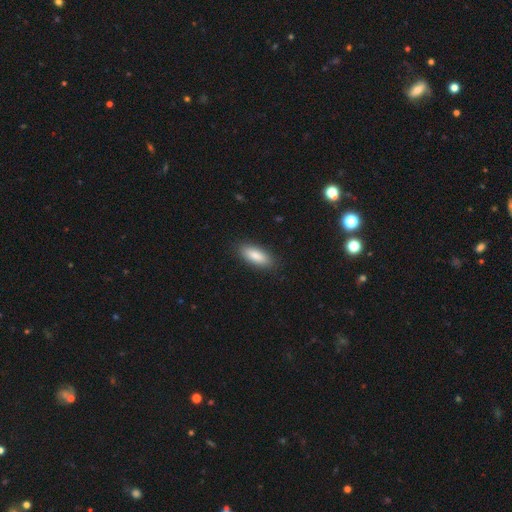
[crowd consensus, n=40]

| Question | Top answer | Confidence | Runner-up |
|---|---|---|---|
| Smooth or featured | smooth | 90% | featured or disk (10%) |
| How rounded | in between | 86% | cigar-shaped (14%) |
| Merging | none | 92% | minor disturbance (2%) |